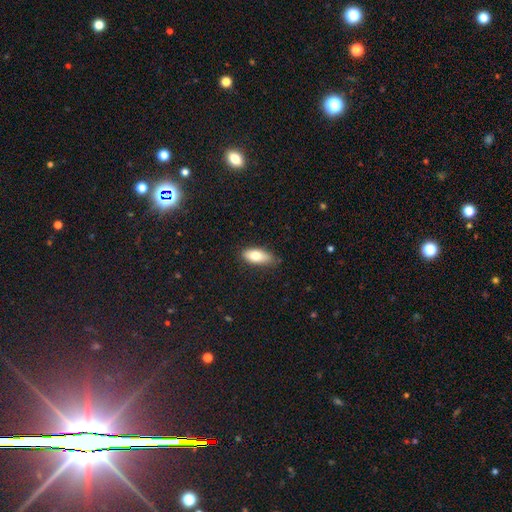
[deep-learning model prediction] This is likely a smooth galaxy (78%). How rounded: clearly in between (85%). Merging: likely none (75%).